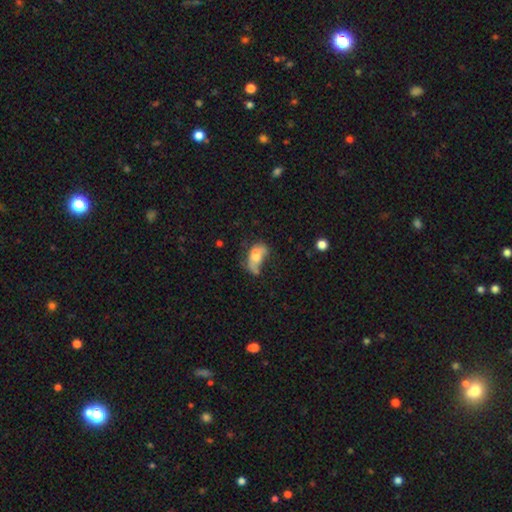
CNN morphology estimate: This is possibly a smooth galaxy (58%). How rounded: clearly in between (88%). Merging: marginally major disturbance (34%).